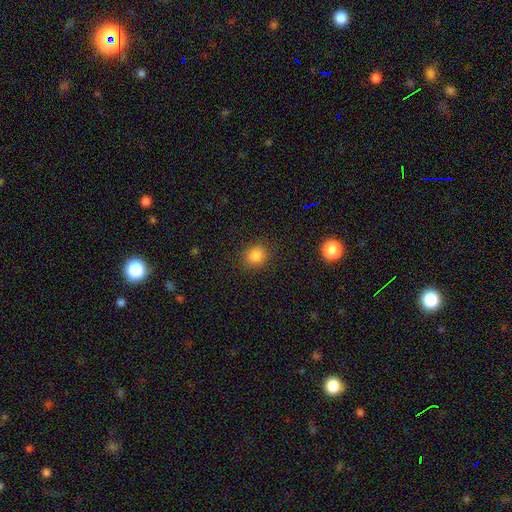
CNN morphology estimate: smooth-or-featured: smooth: 83% | star or artifact: 12% | featured or disk: 5%
  how-rounded: round: 79% | in between: 20% | cigar-shaped: 1%
  merging: none: 87% | minor disturbance: 9% | major disturbance: 3% | merger: 1%